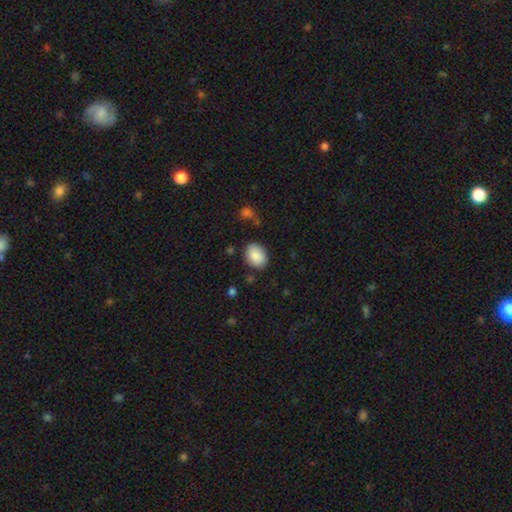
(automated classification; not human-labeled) The model was most divided on "how rounded": in between: 72%, round: 27%, cigar-shaped: 1%. More confident: smooth or featured — smooth (87%); merging — none (82%).